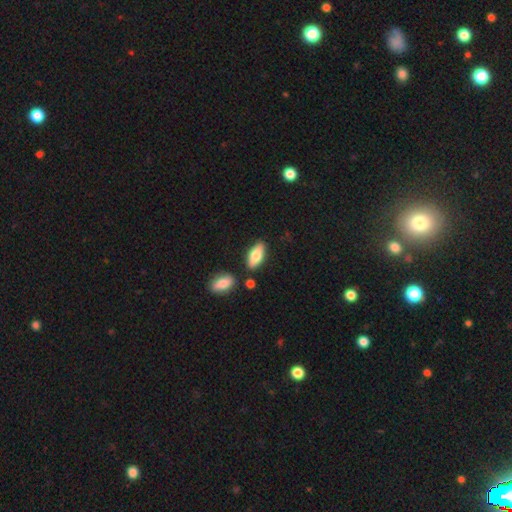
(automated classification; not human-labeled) Smooth or featured? smooth (70%)
How rounded? in between (78%)
Merging? none (81%)